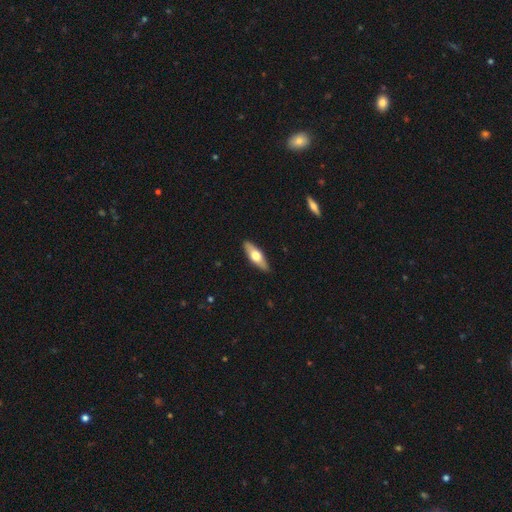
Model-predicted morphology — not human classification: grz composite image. It shows a smooth galaxy with no disk features (52%) that is in between round and cigar-shaped (53%). Merging: none (89%).